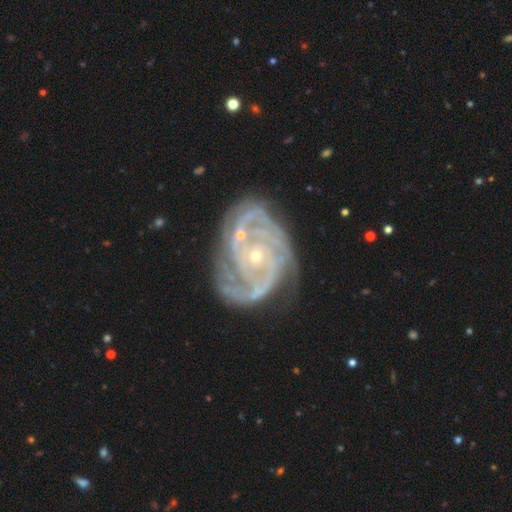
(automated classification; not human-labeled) Q: Smooth or featured?
A: featured or disk (90%); runner-up: star or artifact (6%)
Q: Edge-on disk?
A: no (97%); runner-up: yes (3%)
Q: Bar?
A: no (71%); runner-up: weak (21%)
Q: Spiral arms?
A: yes (98%); runner-up: no (2%)
Q: Spiral winding?
A: tight (65%); runner-up: medium (29%)
Q: Spiral arm count?
A: 2 (31%); runner-up: 3 (28%)
Q: Bulge size?
A: small (78%); runner-up: moderate (19%)
Q: Merging?
A: none (62%); runner-up: minor disturbance (22%)